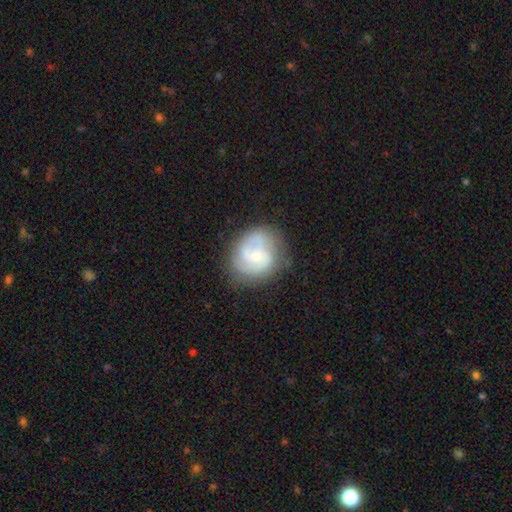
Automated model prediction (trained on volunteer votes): Q: Smooth or featured?
A: featured or disk (71%); runner-up: smooth (22%)
Q: Edge-on disk?
A: no (98%); runner-up: yes (2%)
Q: Bar?
A: no (62%); runner-up: weak (32%)
Q: Spiral arms?
A: yes (89%); runner-up: no (11%)
Q: Spiral winding?
A: medium (45%); runner-up: tight (38%)
Q: Spiral arm count?
A: 2 (56%); runner-up: can't tell (19%)
Q: Bulge size?
A: small (60%); runner-up: moderate (34%)
Q: Merging?
A: none (69%); runner-up: minor disturbance (19%)